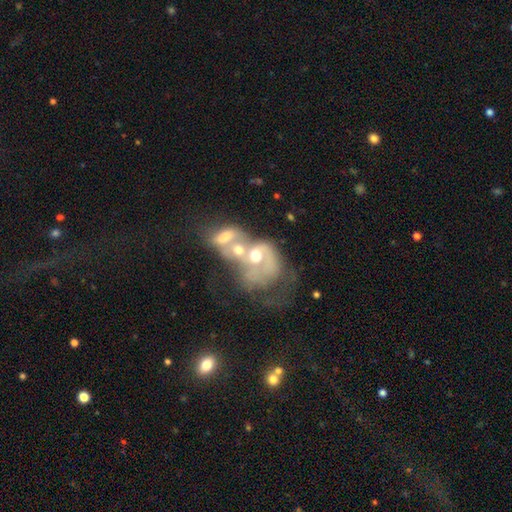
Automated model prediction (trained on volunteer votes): This is possibly a featured or disk galaxy (59%). It is clearly not viewed edge-on (97%). Bar: clearly no (82%). Spiral arm pattern: likely no (63%). Central bulge: likely moderate (64%). Merging: likely merger (74%).